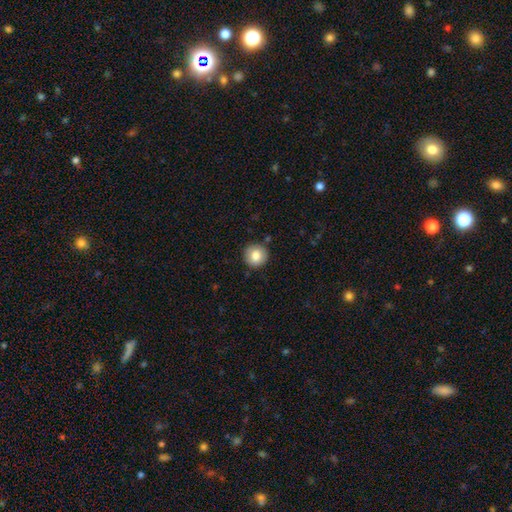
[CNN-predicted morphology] This appears to be a smooth galaxy with no disk features (83%) that is round (94%). Merging: none (88%).